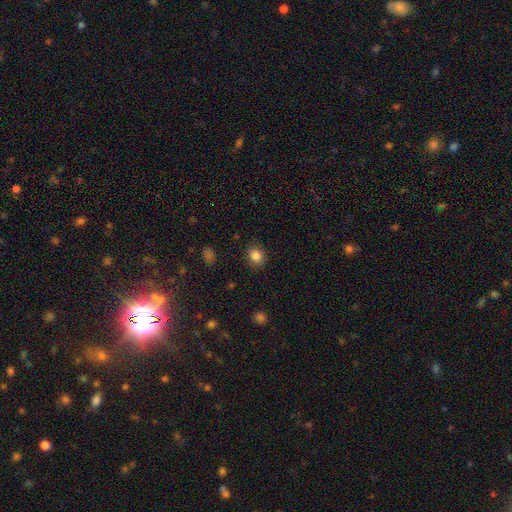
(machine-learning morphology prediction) Smooth or featured: smooth — 84% (star or artifact — 10%)
How rounded: round — 55% (in between — 44%)
Merging: none — 86% (minor disturbance — 10%)